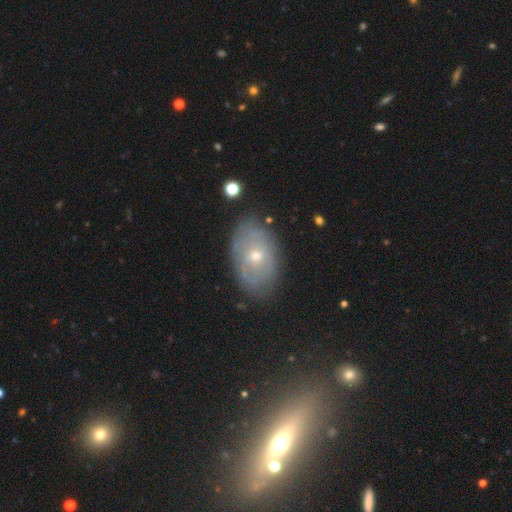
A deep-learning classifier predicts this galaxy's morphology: Smooth or featured? featured or disk (58%)
Edge-on disk? no (92%)
Bar? no (84%)
Spiral arms? yes (53%)
Bulge size? small (51%)
Merging? none (77%)